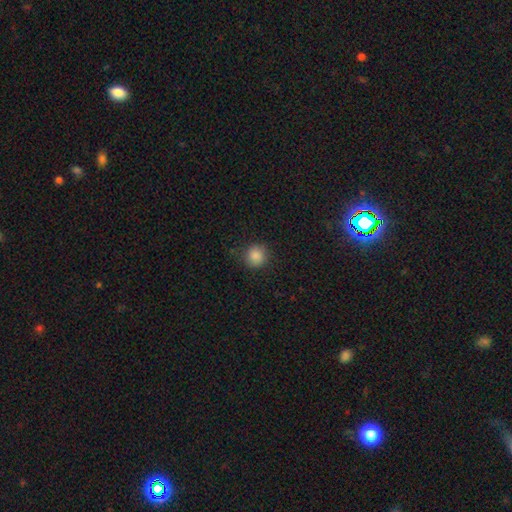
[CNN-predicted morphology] This is clearly a smooth galaxy (87%). How rounded: clearly round (91%). Merging: clearly none (87%).